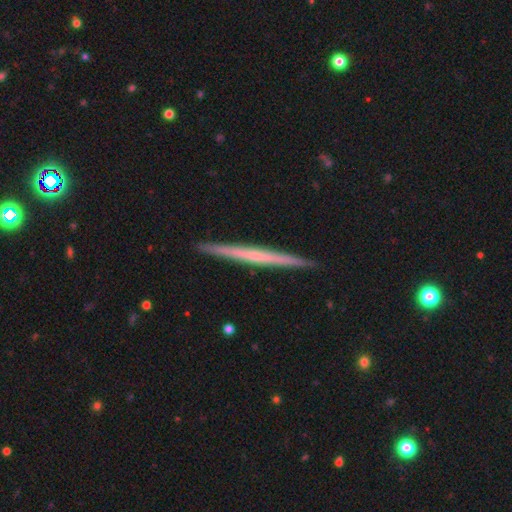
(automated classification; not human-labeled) Smooth or featured: featured or disk — 60% (smooth — 35%)
Edge-on disk: yes — 98% (no — 2%)
Edge-on bulge: none — 79% (rounded — 17%)
Merging: none — 92% (minor disturbance — 5%)